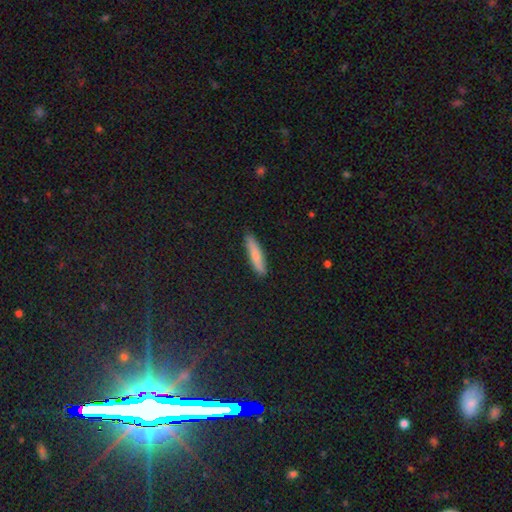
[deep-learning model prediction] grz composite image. It shows a smooth galaxy with no disk features (71%) that is cigar-shaped (83%). Merging: none (88%).